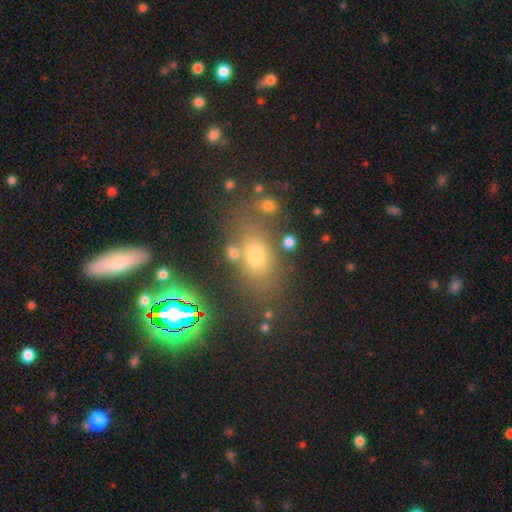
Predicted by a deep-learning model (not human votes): smooth-or-featured: smooth: 67% | star or artifact: 19% | featured or disk: 14%
  how-rounded: in between: 75% | round: 19% | cigar-shaped: 6%
  merging: none: 70% | minor disturbance: 13% | merger: 10% | major disturbance: 7%